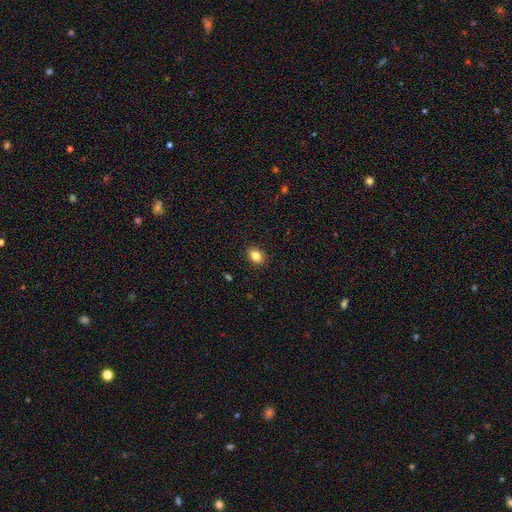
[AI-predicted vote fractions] smooth 83%, star or artifact 10%, featured or disk 7%. Down the decision tree: how rounded — in between (58%); merging — none (89%).